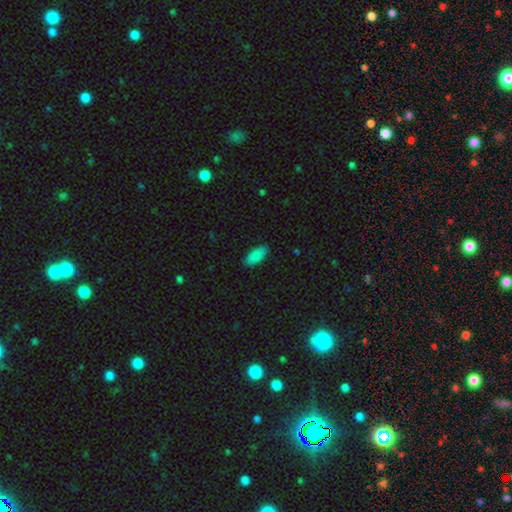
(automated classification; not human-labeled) Smooth or featured: smooth — 87% (star or artifact — 7%)
How rounded: in between — 90% (cigar-shaped — 8%)
Merging: none — 88% (minor disturbance — 9%)